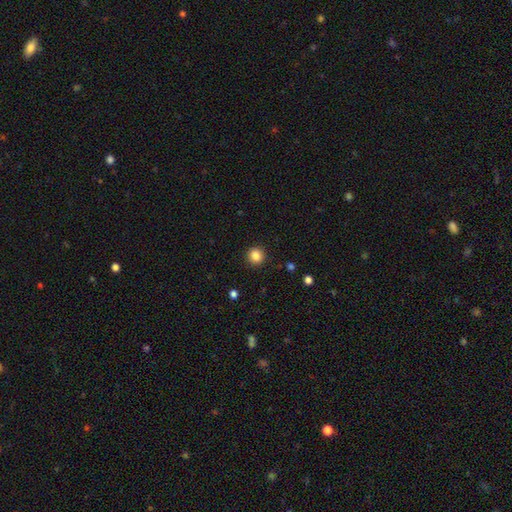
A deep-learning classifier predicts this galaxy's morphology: type=smooth (85%); roundness=round (94%); merging=none (92%).